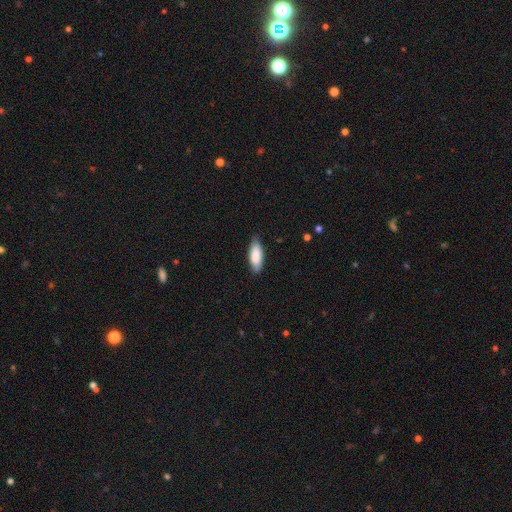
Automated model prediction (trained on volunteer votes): Morphology: type=smooth (84%); roundness=in between (73%); merging=none (82%).